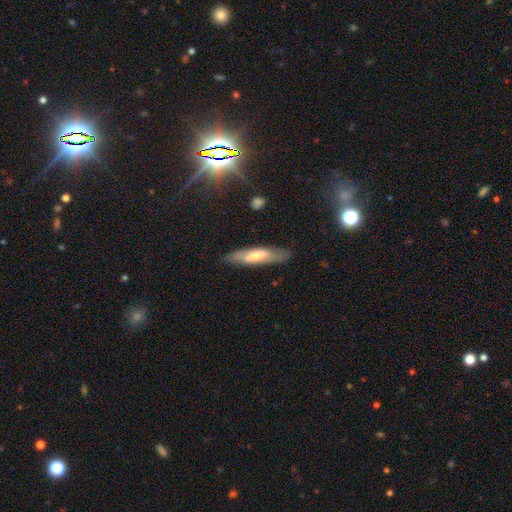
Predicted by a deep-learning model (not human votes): smooth 54%, featured or disk 40%, star or artifact 6%. Down the decision tree: how rounded — cigar-shaped (71%); merging — none (81%).